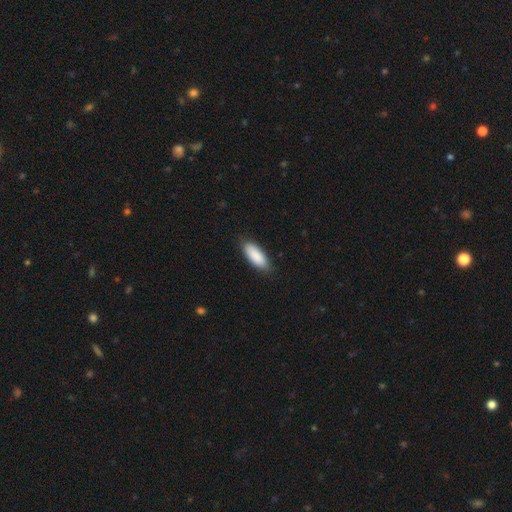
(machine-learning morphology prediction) This appears to be a smooth galaxy with no disk features (89%) that is in between round and cigar-shaped (76%). Merging: none (83%).